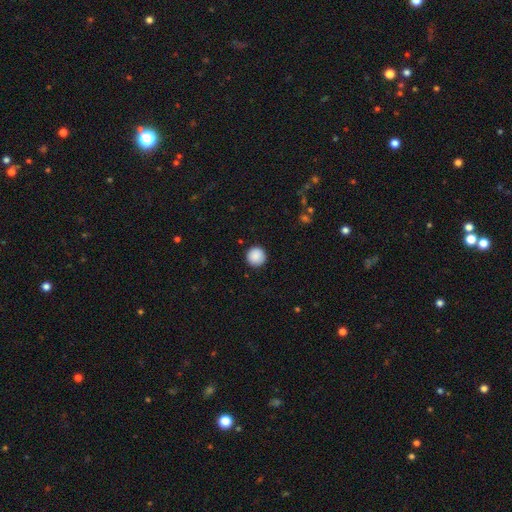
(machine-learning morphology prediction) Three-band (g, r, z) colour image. It shows a smooth galaxy with no disk features (89%) that is round (97%). Merging: none (92%).